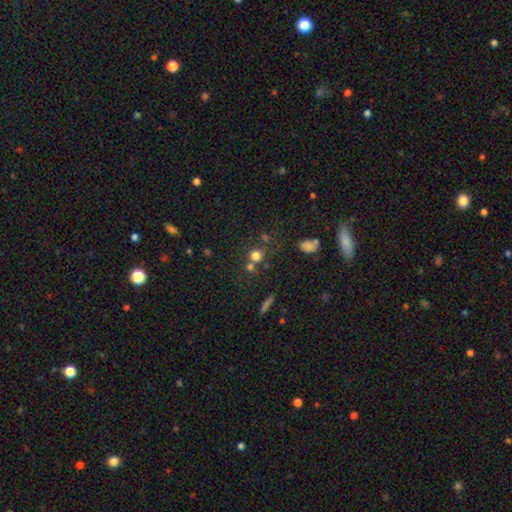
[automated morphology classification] smooth_or_featured: smooth (p=0.72) [alt: star or artifact p=0.19]
how_rounded: round (p=0.87) [alt: in between p=0.11]
merging: none (p=0.58) [alt: merger p=0.27]